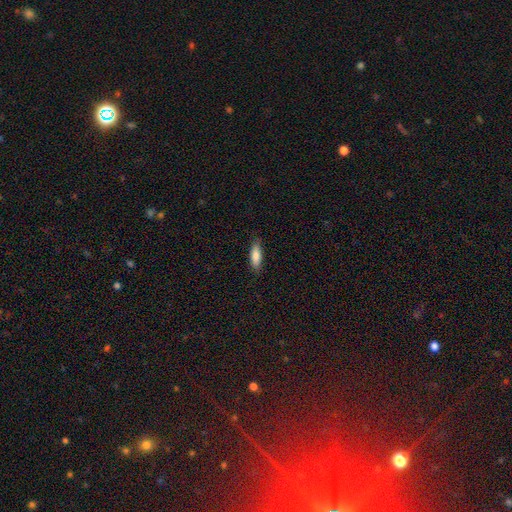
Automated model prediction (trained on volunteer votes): smooth-or-featured: smooth: 83% | featured or disk: 11% | star or artifact: 6%
  how-rounded: cigar-shaped: 49% (tied) | in between: 49% (tied) | round: 2%
  merging: none: 84% | minor disturbance: 13% | major disturbance: 2% | merger: 1%